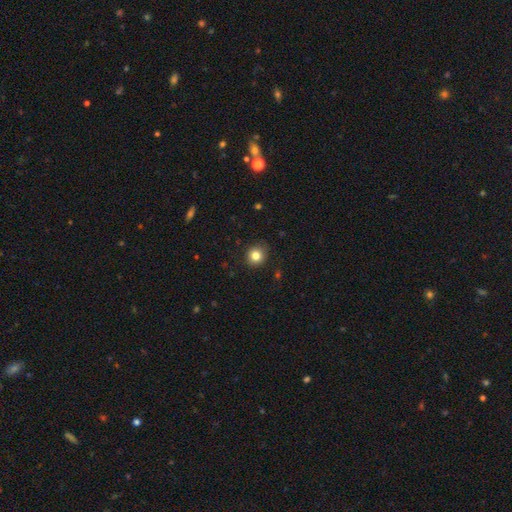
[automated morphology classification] smooth 83%, star or artifact 11%, featured or disk 6%. Down the decision tree: how rounded — round (85%); merging — none (87%).